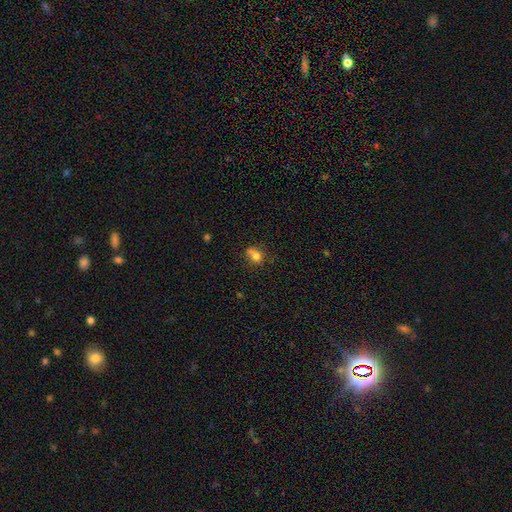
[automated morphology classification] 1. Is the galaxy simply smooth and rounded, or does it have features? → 74% smooth, 13% star or artifact, 13% featured or disk.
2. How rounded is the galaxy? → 61% round, 38% in between, 1% cigar-shaped.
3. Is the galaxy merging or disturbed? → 46% none, 26% merger, 20% minor disturbance, 8% major disturbance.